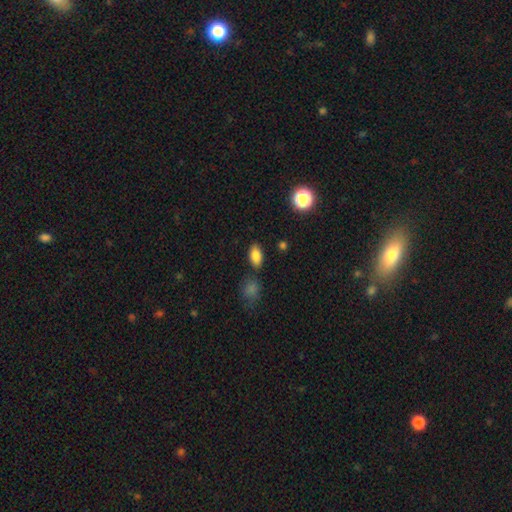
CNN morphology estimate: Q: Smooth or featured?
A: smooth (84%); runner-up: star or artifact (10%)
Q: How rounded?
A: in between (89%); runner-up: round (8%)
Q: Merging?
A: none (81%); runner-up: minor disturbance (11%)